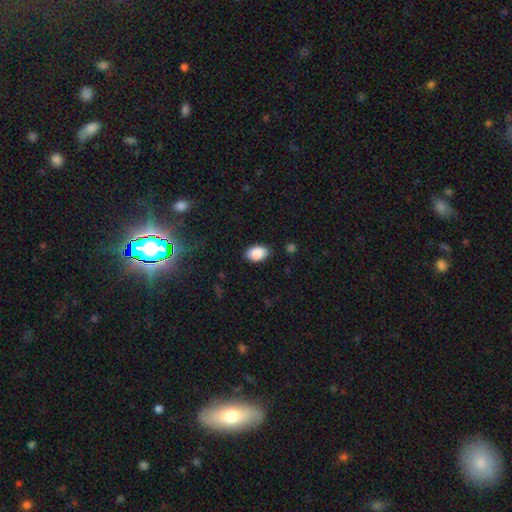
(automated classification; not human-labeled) Q: Smooth or featured?
A: smooth (89%); runner-up: star or artifact (7%)
Q: How rounded?
A: in between (91%); runner-up: round (8%)
Q: Merging?
A: none (85%); runner-up: minor disturbance (11%)